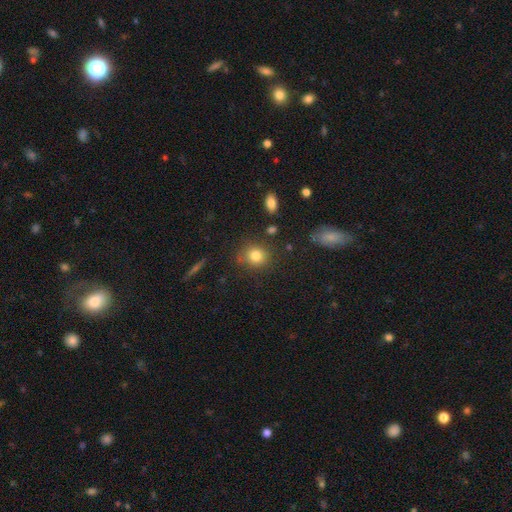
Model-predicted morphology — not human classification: Smooth or featured: smooth — 82% (star or artifact — 11%)
How rounded: round — 81% (in between — 18%)
Merging: none — 79% (minor disturbance — 13%)